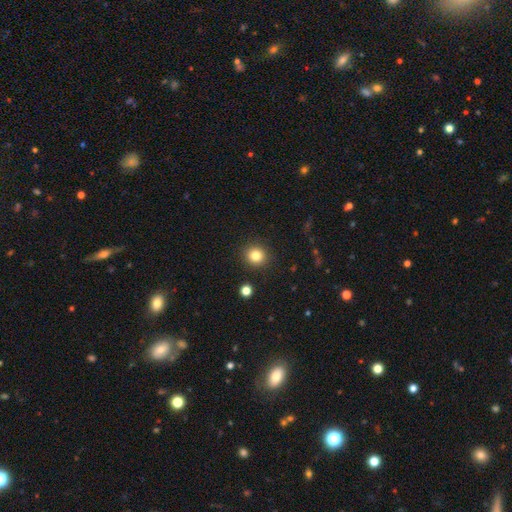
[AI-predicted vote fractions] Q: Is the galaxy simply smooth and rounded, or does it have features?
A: smooth — 82%.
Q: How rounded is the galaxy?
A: round — 91%.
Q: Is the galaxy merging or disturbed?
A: none — 91%.